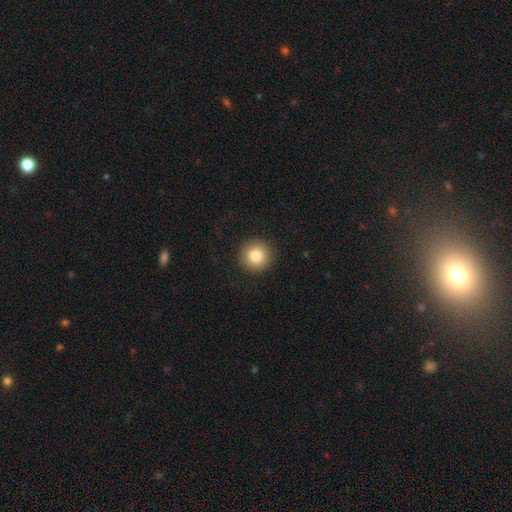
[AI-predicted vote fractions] This appears to be a smooth galaxy with no disk features (84%) that is round (95%). Merging: none (92%).